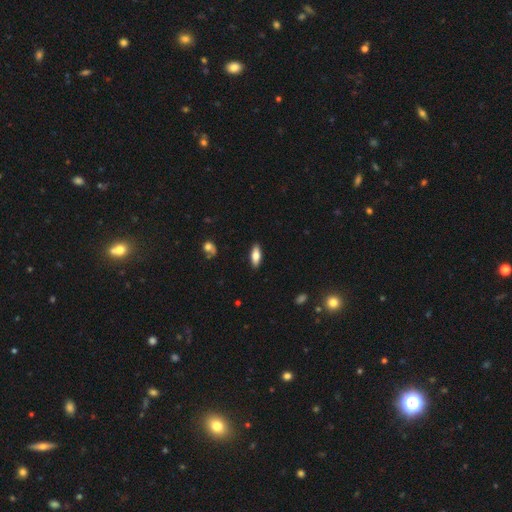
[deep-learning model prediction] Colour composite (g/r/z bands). It shows a smooth galaxy with no disk features (73%) that is in between round and cigar-shaped (71%). Merging: none (89%).